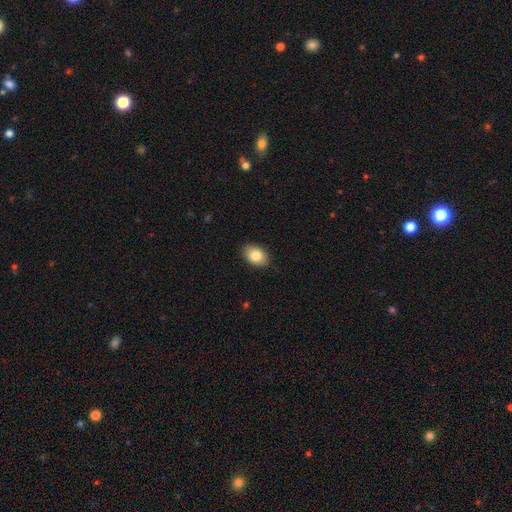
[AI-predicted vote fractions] Smooth or featured? Predicted: smooth (p=0.82). How rounded? Predicted: in between (p=0.84). Merging? Predicted: none (p=0.88).